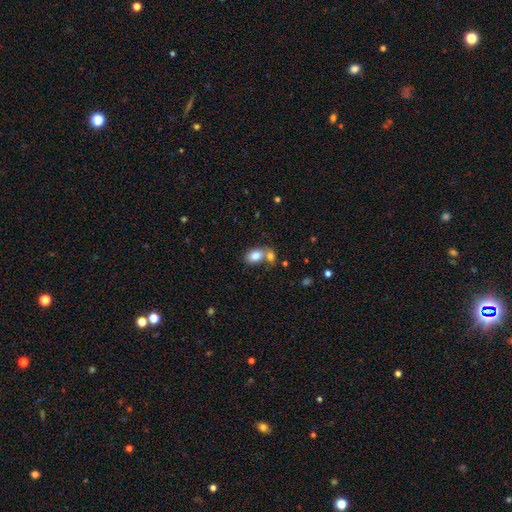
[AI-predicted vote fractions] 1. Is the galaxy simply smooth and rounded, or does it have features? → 81% smooth, 11% featured or disk, 8% star or artifact.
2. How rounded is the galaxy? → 83% in between, 16% round, 1% cigar-shaped.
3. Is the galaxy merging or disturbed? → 48% merger, 38% none, 10% minor disturbance, 4% major disturbance.